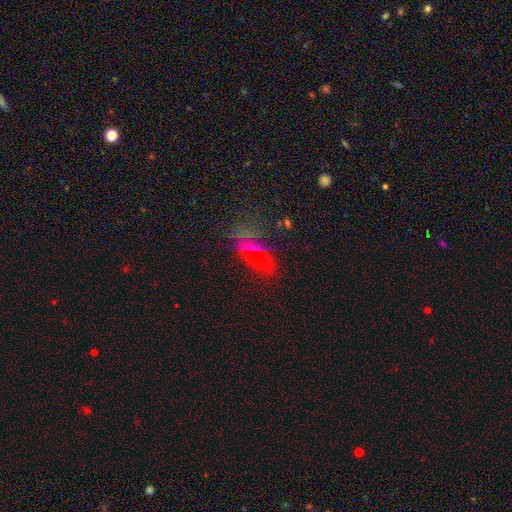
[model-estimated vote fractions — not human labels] smooth 53%, star or artifact 32%, featured or disk 15%. Down the decision tree: how rounded — in between (66%); merging — none (74%).